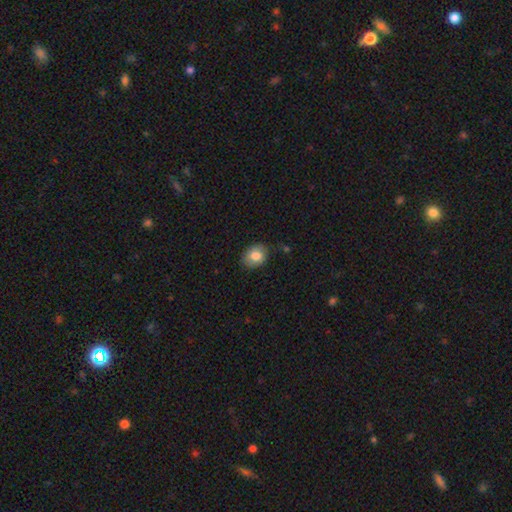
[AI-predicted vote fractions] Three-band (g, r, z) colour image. It shows a smooth galaxy with no disk features (81%) that is in between round and cigar-shaped (59%). Merging: none (75%).